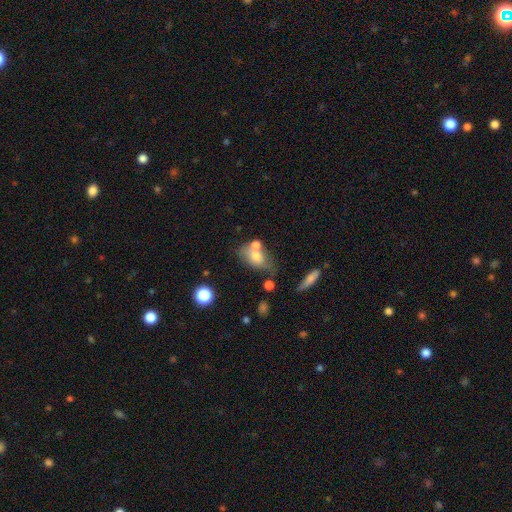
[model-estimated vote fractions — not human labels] Overall: smooth (69%). How rounded: in between (75%). Merging: none (37%; merger 35%).